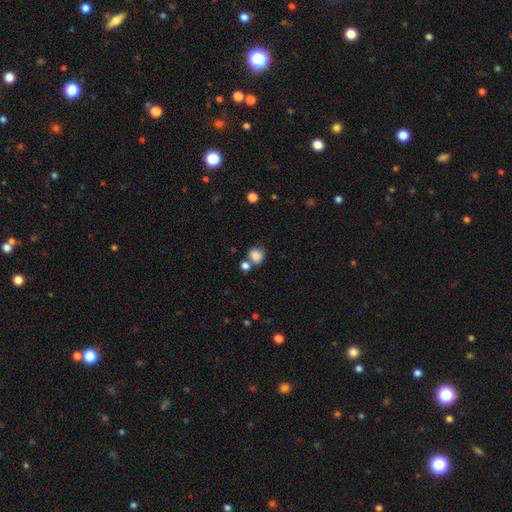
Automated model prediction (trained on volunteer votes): Smooth or featured: smooth — 84% (star or artifact — 10%)
How rounded: round — 70% (in between — 29%)
Merging: none — 52% (merger — 24%)